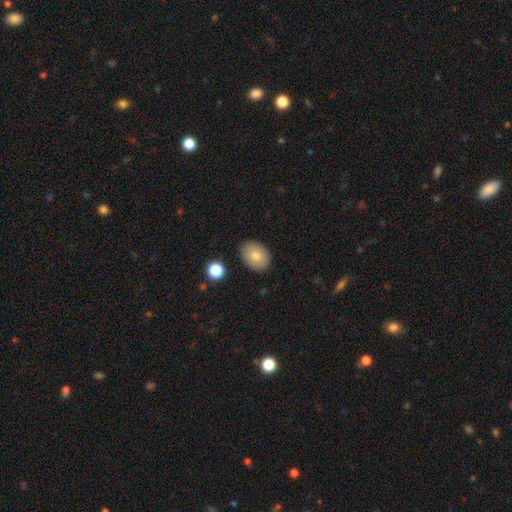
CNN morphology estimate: type=smooth (78%); roundness=in between (68%); merging=none (85%).